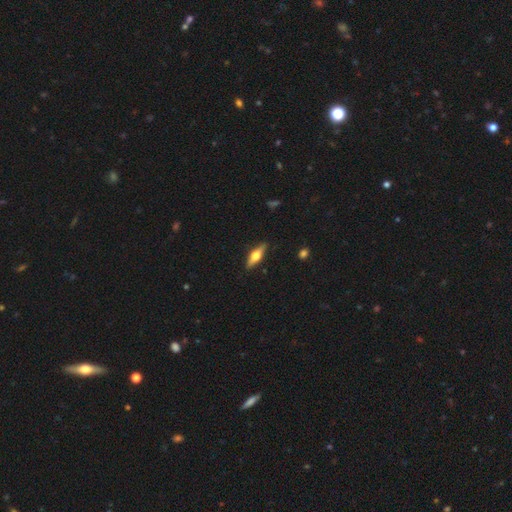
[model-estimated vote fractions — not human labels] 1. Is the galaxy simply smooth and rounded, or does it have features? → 59% featured or disk, 35% smooth, 6% star or artifact.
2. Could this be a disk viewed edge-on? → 95% yes, 5% no.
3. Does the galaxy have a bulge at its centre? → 94% rounded, 4% boxy, 2% none.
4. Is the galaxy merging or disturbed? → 89% none, 8% minor disturbance, 2% major disturbance, 1% merger.